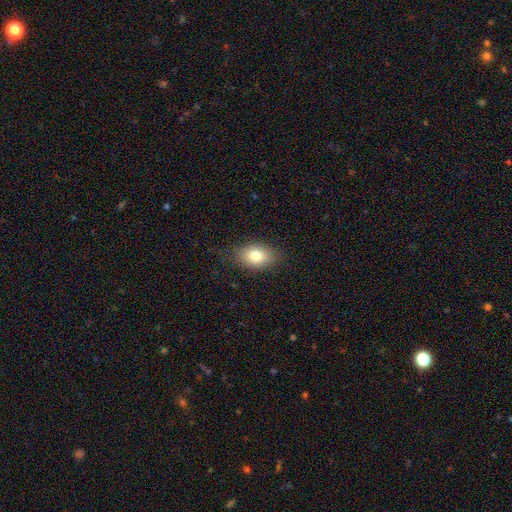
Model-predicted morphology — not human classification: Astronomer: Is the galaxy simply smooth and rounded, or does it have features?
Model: smooth — 80%.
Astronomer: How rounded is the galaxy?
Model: in between — 85%.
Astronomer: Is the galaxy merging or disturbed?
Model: none — 82%.